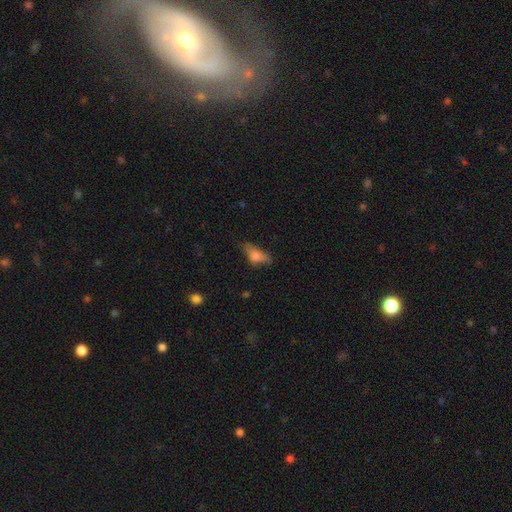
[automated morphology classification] Smooth or featured? Predicted: smooth (p=0.66). How rounded? Predicted: in between (p=0.73). Merging? Predicted: none (p=0.51).